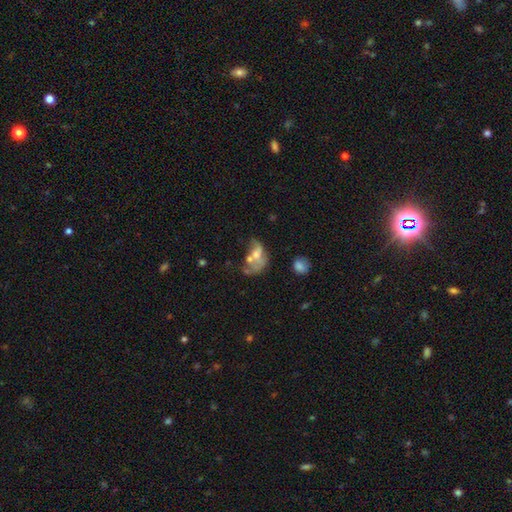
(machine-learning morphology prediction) Smooth or featured?
  - smooth: 46% *
  - featured or disk: 43%
  - star or artifact: 11%
Merging?
  - merger: 35% *
  - major disturbance: 30%
  - none: 19%
  - minor disturbance: 16%